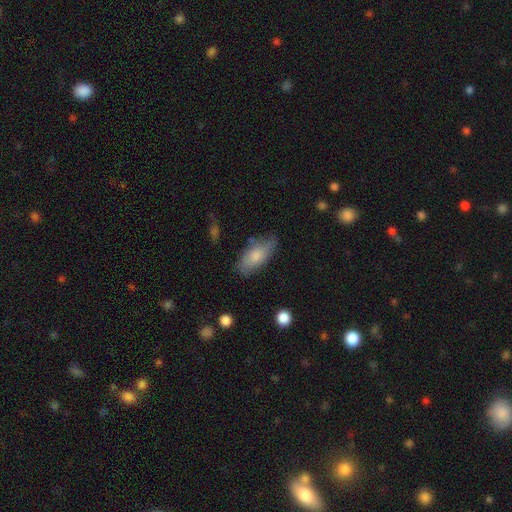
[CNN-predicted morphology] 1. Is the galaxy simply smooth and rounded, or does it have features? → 76% smooth, 18% featured or disk, 6% star or artifact.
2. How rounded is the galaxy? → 86% in between, 12% cigar-shaped, 2% round.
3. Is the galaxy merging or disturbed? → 69% none, 24% minor disturbance, 5% major disturbance, 2% merger.